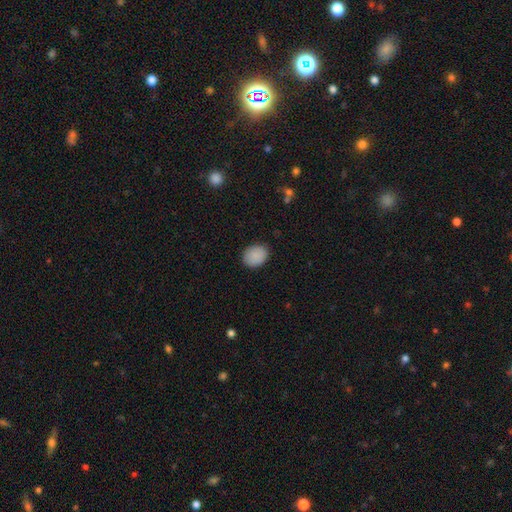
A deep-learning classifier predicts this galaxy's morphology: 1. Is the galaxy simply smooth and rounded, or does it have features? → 89% smooth, 7% star or artifact, 4% featured or disk.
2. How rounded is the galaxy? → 51% in between, 48% round, 1% cigar-shaped.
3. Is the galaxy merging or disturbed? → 87% none, 10% minor disturbance, 2% major disturbance, 1% merger.